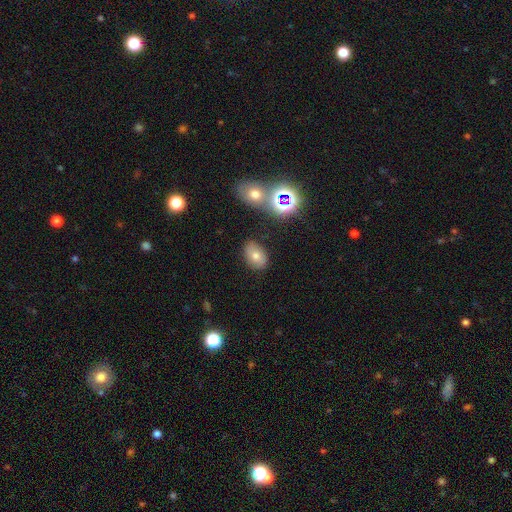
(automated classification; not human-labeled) Q: Smooth or featured?
A: smooth (68%); runner-up: featured or disk (16%)
Q: How rounded?
A: in between (78%); runner-up: round (21%)
Q: Merging?
A: none (81%); runner-up: minor disturbance (12%)